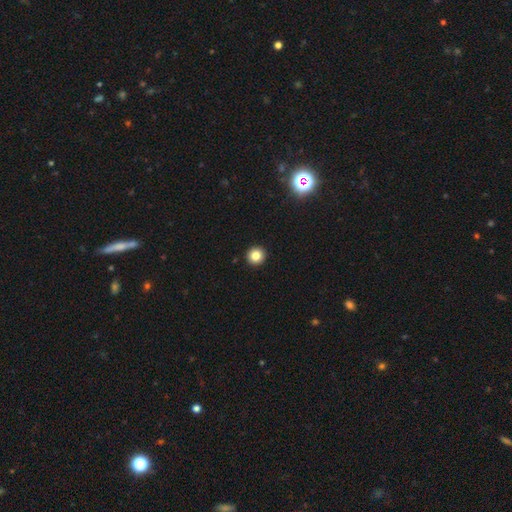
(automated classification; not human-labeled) smooth-or-featured: smooth: 83% | star or artifact: 11% | featured or disk: 6%
  how-rounded: round: 95% | in between: 4% | cigar-shaped: 1%
  merging: none: 94% | minor disturbance: 4% | major disturbance: 1% | merger: 1%